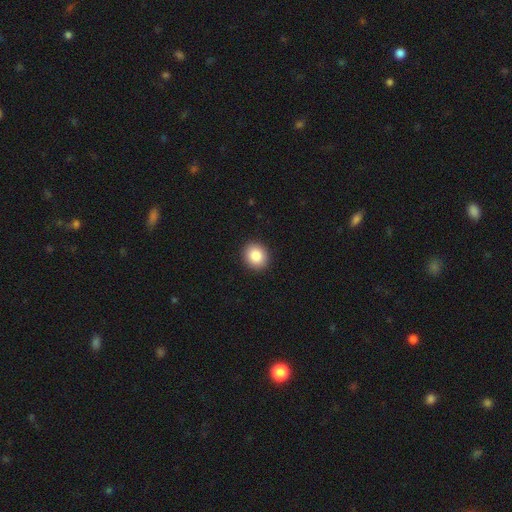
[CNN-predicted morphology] Smooth or featured? Predicted: smooth (p=0.86). How rounded? Predicted: round (p=0.80). Merging? Predicted: none (p=0.92).